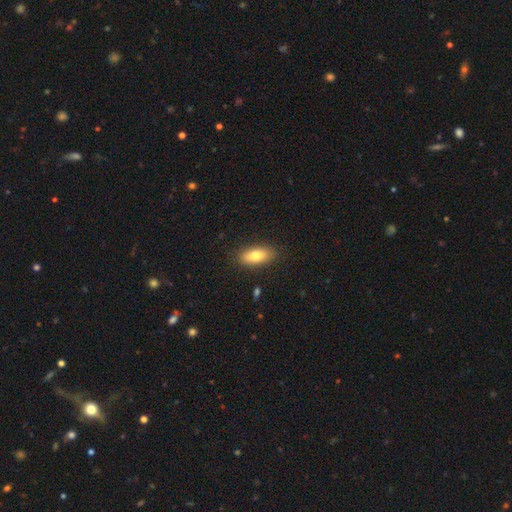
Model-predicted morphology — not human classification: Q: Smooth or featured?
A: smooth (77%); runner-up: featured or disk (16%)
Q: How rounded?
A: in between (84%); runner-up: cigar-shaped (13%)
Q: Merging?
A: none (87%); runner-up: minor disturbance (9%)